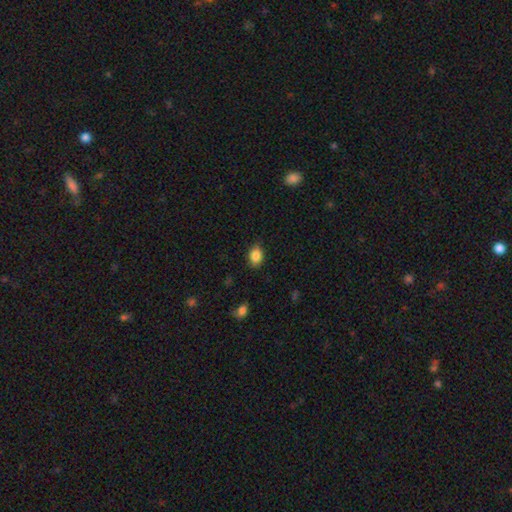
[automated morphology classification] This is clearly a smooth galaxy (86%). How rounded: likely in between (63%). Merging: likely none (80%).